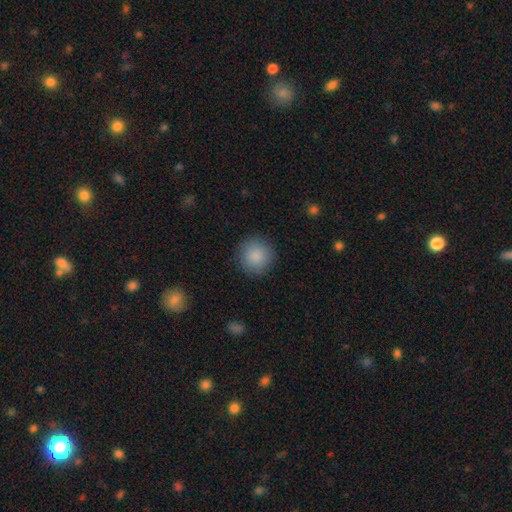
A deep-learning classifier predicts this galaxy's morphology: This appears to be a smooth galaxy with no disk features (88%) that is round (94%). Merging: none (90%).